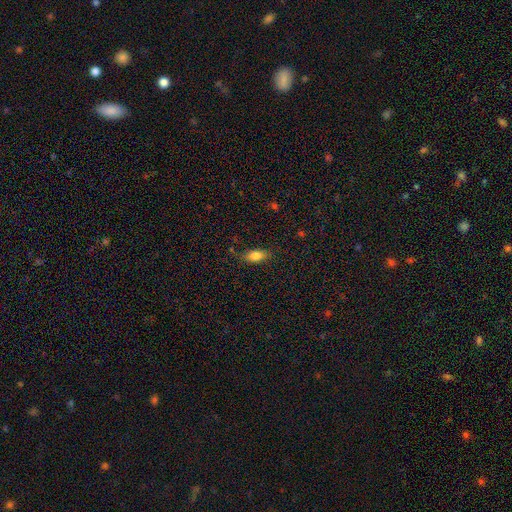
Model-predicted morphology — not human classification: Overall: smooth (80%). How rounded: in between (84%). Merging: none (79%).